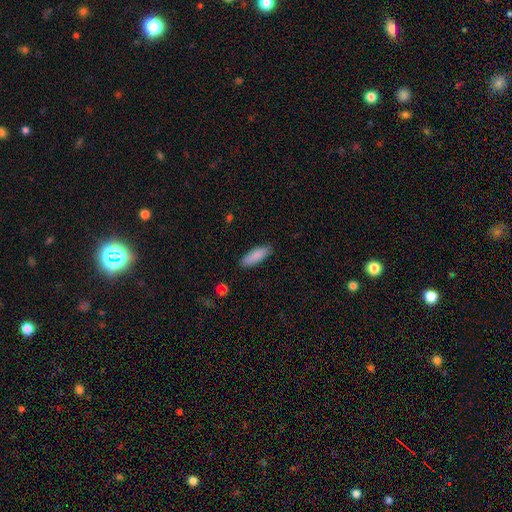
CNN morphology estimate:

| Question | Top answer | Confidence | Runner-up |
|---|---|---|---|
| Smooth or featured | smooth | 87% | featured or disk (6%) |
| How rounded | in between | 55% | cigar-shaped (44%) |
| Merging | none | 85% | minor disturbance (11%) |